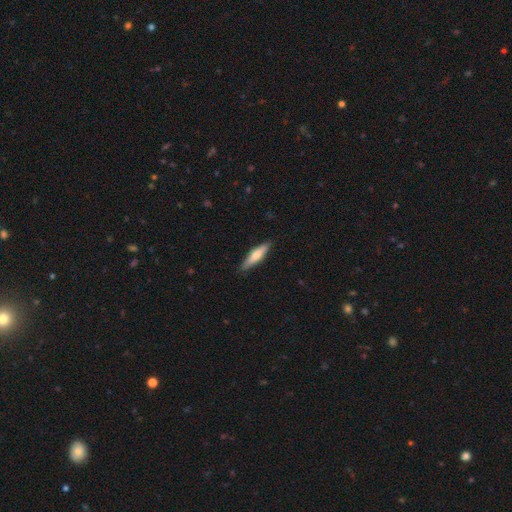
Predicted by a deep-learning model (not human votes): The model was most divided on "smooth or featured": smooth: 62%, featured or disk: 33%, star or artifact: 5%. More confident: merging — none (88%); how rounded — cigar-shaped (75%).